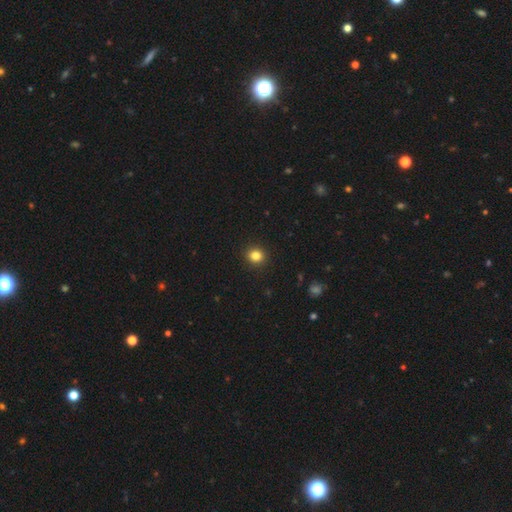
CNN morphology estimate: Smooth or featured: smooth — 83% (star or artifact — 12%)
How rounded: round — 82% (in between — 17%)
Merging: none — 92% (minor disturbance — 5%)